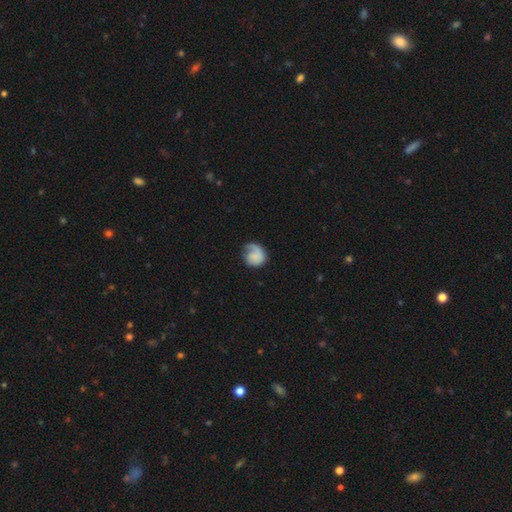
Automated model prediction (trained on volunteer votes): Smooth or featured? Predicted: smooth (p=0.51). How rounded? Predicted: round (p=0.71). Merging? Predicted: none (p=0.49).